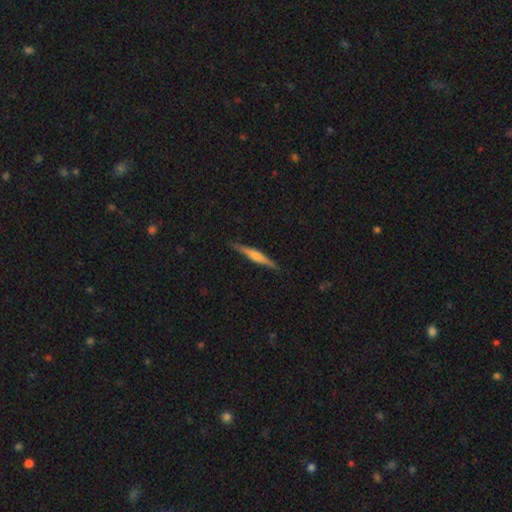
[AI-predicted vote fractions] Smooth or featured? Predicted: featured or disk (p=0.66). Edge-on disk? Predicted: yes (p=0.98). Edge-on bulge? Predicted: rounded (p=0.71). Merging? Predicted: none (p=0.90).